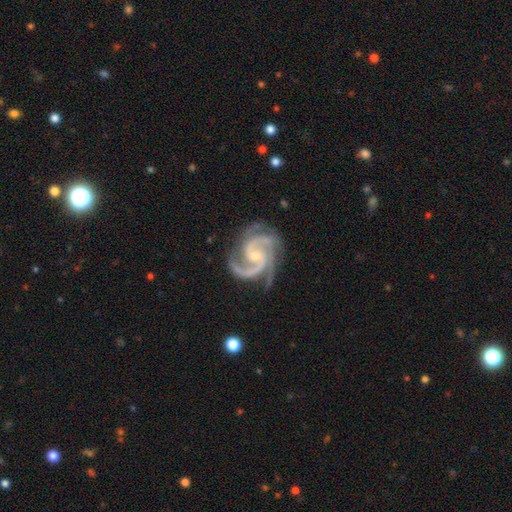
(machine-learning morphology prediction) type=featured or disk (95%); edge-on=no (98%); bar=no (54%); spiral arms=yes (99%); winding=medium (56%); arm count=3 (45%); bulge=small (68%); merging=none (74%).